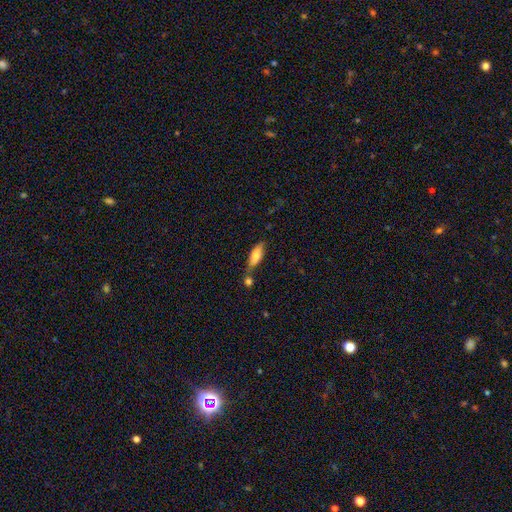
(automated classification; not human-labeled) Smooth or featured: smooth — 77% (featured or disk — 16%)
How rounded: in between — 65% (cigar-shaped — 33%)
Merging: none — 58% (merger — 21%)